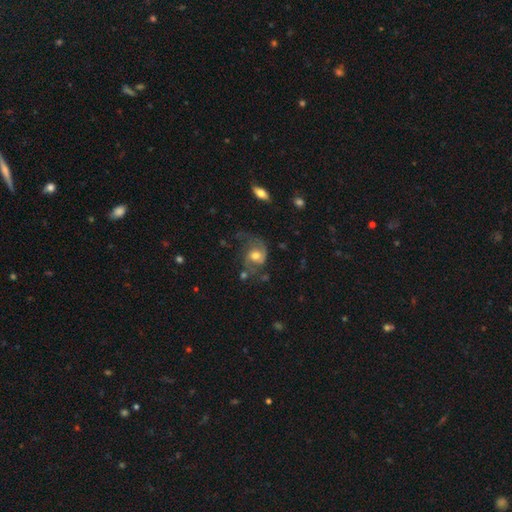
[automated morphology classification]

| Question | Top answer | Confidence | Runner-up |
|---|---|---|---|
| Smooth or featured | featured or disk | 66% | smooth (24%) |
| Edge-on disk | no | 97% | yes (3%) |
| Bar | no | 63% | weak (31%) |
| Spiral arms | yes | 87% | no (13%) |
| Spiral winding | medium | 42% | tied: loose (42%) |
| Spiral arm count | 2 | 71% | 1 (15%) |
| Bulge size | moderate | 66% | large (15%) |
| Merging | none | 47% | major disturbance (25%) |